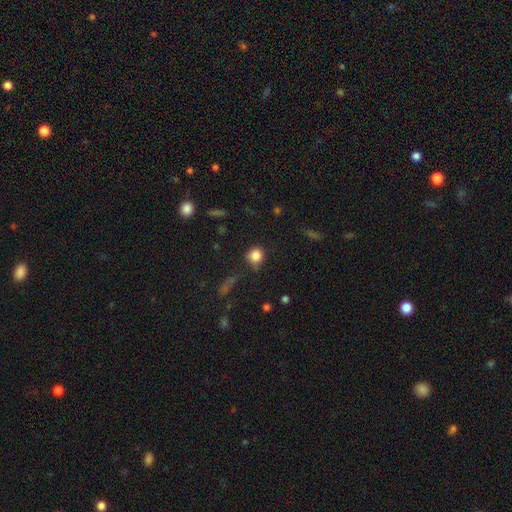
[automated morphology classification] Smooth or featured? smooth (84%)
How rounded? round (87%)
Merging? none (79%)